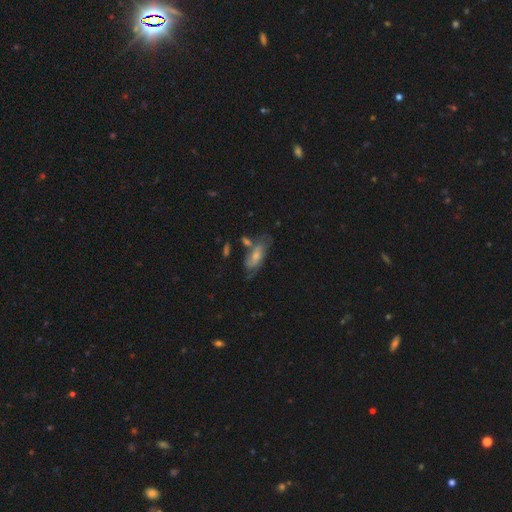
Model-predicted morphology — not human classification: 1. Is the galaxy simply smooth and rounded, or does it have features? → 49% featured or disk, 43% smooth, 7% star or artifact.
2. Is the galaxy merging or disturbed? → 43% none, 26% minor disturbance, 16% merger, 16% major disturbance.